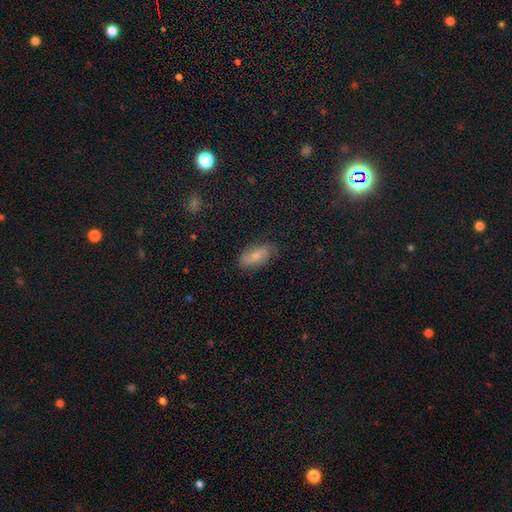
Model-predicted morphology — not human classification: Smooth or featured?
  - smooth: 49% *
  - featured or disk: 42%
  - star or artifact: 10%
Merging?
  - none: 80% *
  - minor disturbance: 15%
  - major disturbance: 4%
  - merger: 1%